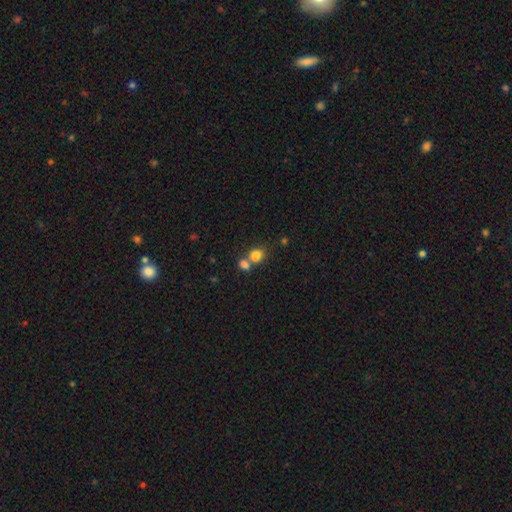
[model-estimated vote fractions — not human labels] Q: Smooth or featured?
A: smooth (81%); runner-up: star or artifact (11%)
Q: How rounded?
A: round (54%); runner-up: in between (45%)
Q: Merging?
A: merger (50%); runner-up: none (38%)